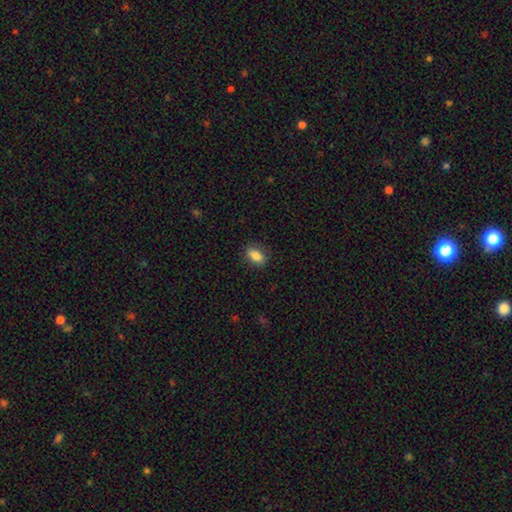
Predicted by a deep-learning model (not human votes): Smooth or featured? Predicted: smooth (p=0.85). How rounded? Predicted: in between (p=0.87). Merging? Predicted: none (p=0.85).